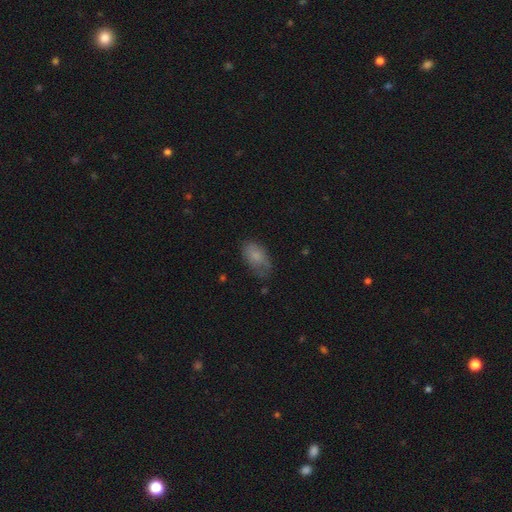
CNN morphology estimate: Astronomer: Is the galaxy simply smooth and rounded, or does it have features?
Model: smooth — 77%.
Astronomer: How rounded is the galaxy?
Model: in between — 92%.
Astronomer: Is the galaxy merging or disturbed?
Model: none — 57%.